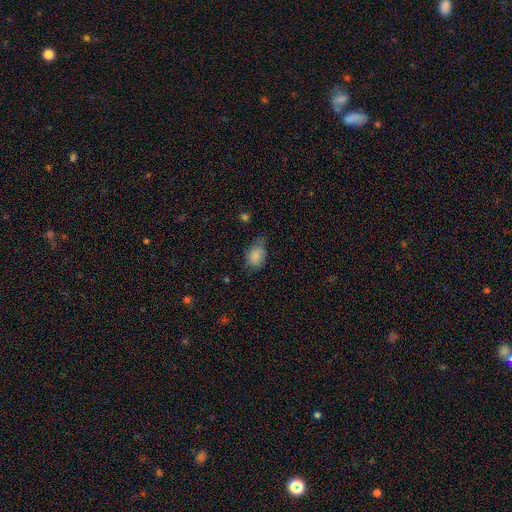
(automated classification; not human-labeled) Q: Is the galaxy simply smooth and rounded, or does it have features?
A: smooth — 84%.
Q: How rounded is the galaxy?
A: in between — 75%.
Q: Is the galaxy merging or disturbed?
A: none — 49%.